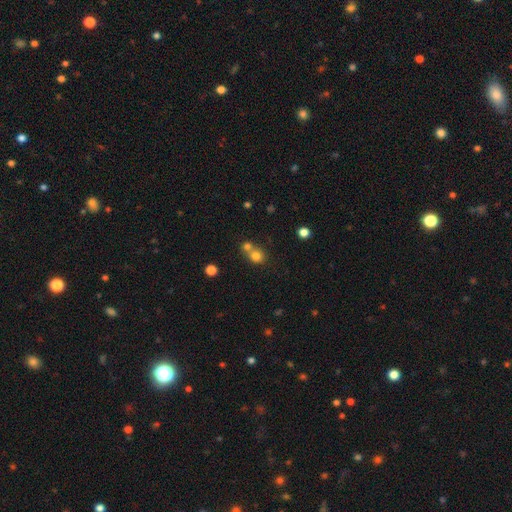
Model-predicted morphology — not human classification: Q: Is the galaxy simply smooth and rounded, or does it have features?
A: smooth — 77%.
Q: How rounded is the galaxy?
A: round — 82%.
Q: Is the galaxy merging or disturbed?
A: merger — 48%.